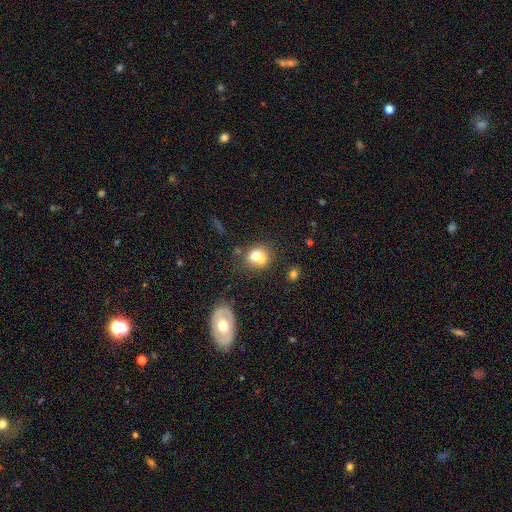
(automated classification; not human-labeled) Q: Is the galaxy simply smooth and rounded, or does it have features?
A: smooth — 68%.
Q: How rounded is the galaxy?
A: round — 67%.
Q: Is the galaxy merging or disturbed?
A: merger — 50%.